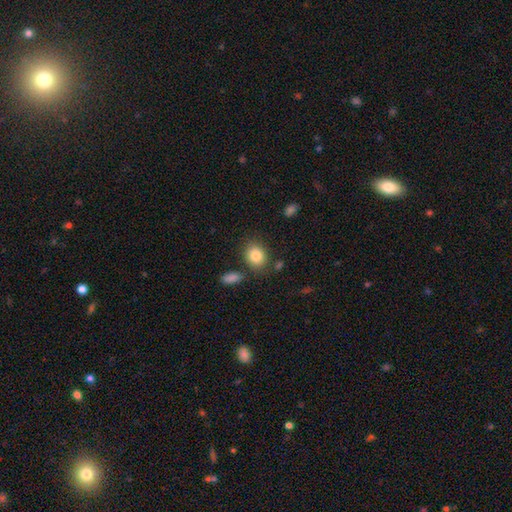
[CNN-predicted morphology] smooth 85%, star or artifact 8%, featured or disk 7%. Down the decision tree: how rounded — round (51%); merging — none (78%).